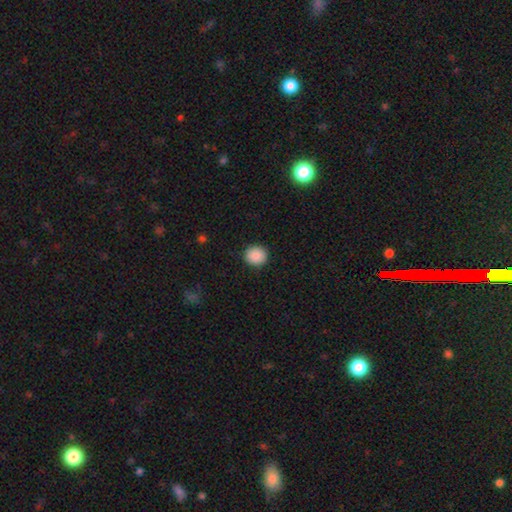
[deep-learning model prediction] A smooth galaxy with no disk features (89%) that is round (86%).

Vote fractions:
- Smooth or featured? smooth: 89% / star or artifact: 8% / featured or disk: 3%
- How rounded? round: 86% / in between: 14% / cigar-shaped: 1%
- Merging? none: 91% / minor disturbance: 6% / major disturbance: 2% / merger: 1%